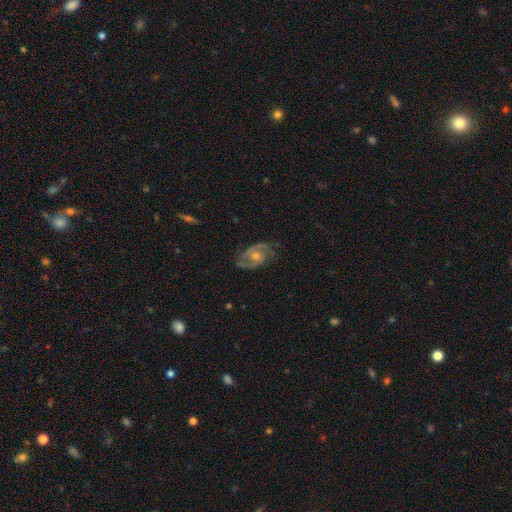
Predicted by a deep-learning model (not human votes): Smooth or featured?
  - featured or disk: 83% *
  - smooth: 9%
  - star or artifact: 7%
Edge-on disk?
  - no: 96% *
  - yes: 4%
Bar?
  - no: 59% *
  - weak: 34%
  - strong: 7%
Spiral arms?
  - yes: 94% *
  - no: 6%
Spiral winding?
  - medium: 51% *
  - tight: 32%
  - loose: 17%
Spiral arm count?
  - 2: 84% *
  - can't tell: 7%
  - 3: 3%
  - 1: 2%
  - 4: 1%
  - more than 4: 1%
Bulge size?
  - moderate: 63% *
  - small: 30%
  - large: 4%
  - none: 2%
  - dominant: 1%
Merging?
  - none: 77% *
  - minor disturbance: 16%
  - major disturbance: 6%
  - merger: 1%